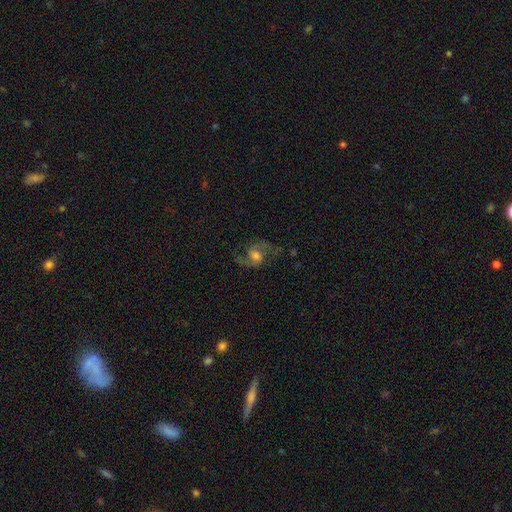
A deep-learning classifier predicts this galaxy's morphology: This appears to be a featured or disk galaxy (77%) with no bar (46%), 2 (91%) loose (46%, tied with medium) spiral arms (94%) and a moderate central bulge (53%). Merging: none (70%).